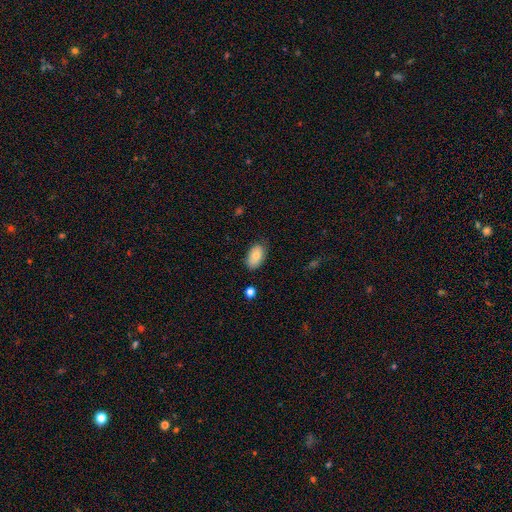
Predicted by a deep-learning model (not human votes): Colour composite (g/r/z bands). It shows a smooth galaxy with no disk features (78%) that is in between round and cigar-shaped (93%). Merging: none (76%).